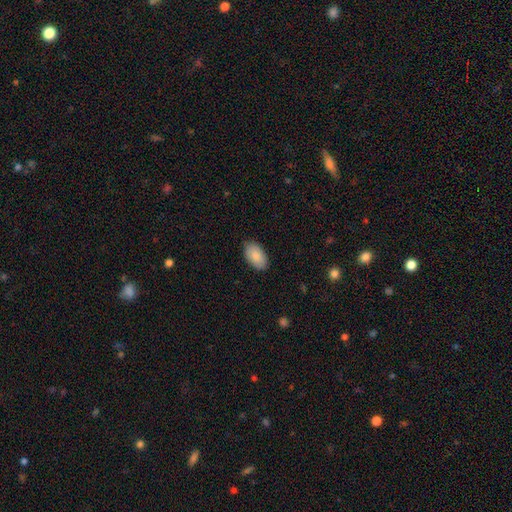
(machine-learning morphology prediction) type=smooth (87%); roundness=in between (94%); merging=none (86%).